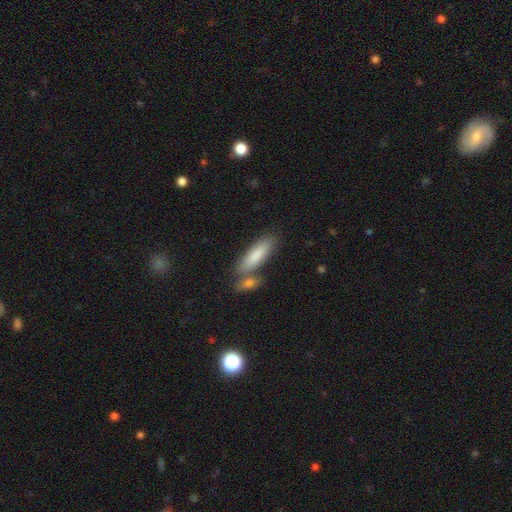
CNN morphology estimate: smooth-or-featured: smooth: 83% | featured or disk: 11% | star or artifact: 6%
  how-rounded: cigar-shaped: 52% | in between: 46% | round: 2%
  merging: none: 60% | merger: 24% | minor disturbance: 12% | major disturbance: 4%